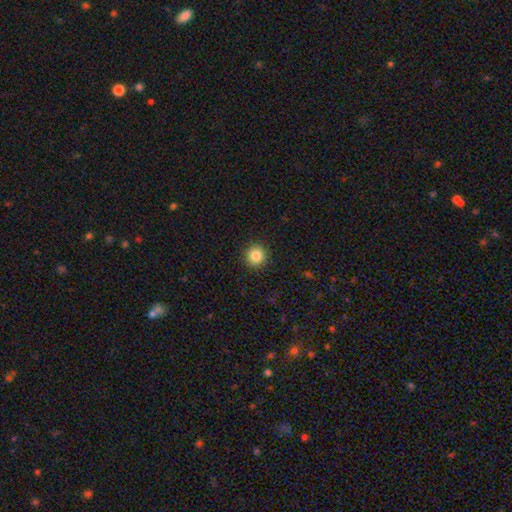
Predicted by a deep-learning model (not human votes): This is clearly a smooth galaxy (84%). How rounded: clearly round (93%). Merging: clearly none (92%).